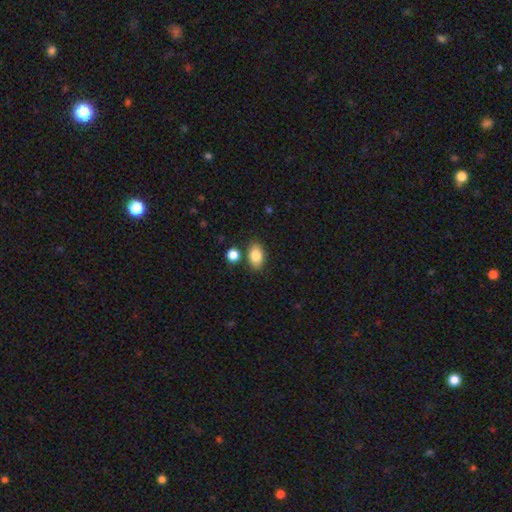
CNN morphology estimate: This is clearly a smooth galaxy (84%). How rounded: clearly in between (87%). Merging: likely none (79%).